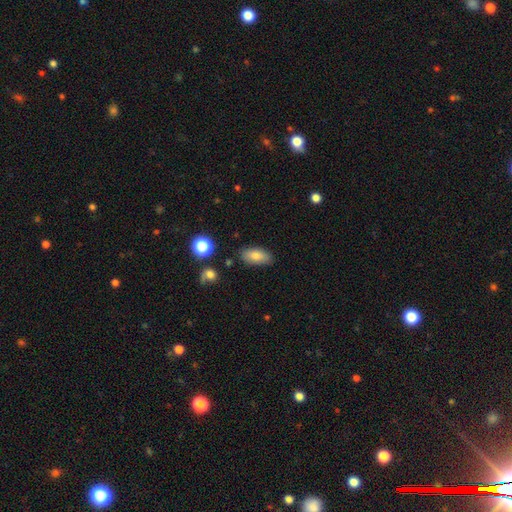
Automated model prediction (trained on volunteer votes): A smooth galaxy with no disk features (80%) that is in between round and cigar-shaped (89%).

Vote fractions:
- Smooth or featured? smooth: 80% / featured or disk: 12% / star or artifact: 9%
- How rounded? in between: 89% / cigar-shaped: 6% / round: 5%
- Merging? none: 83% / minor disturbance: 12% / major disturbance: 3% / merger: 2%